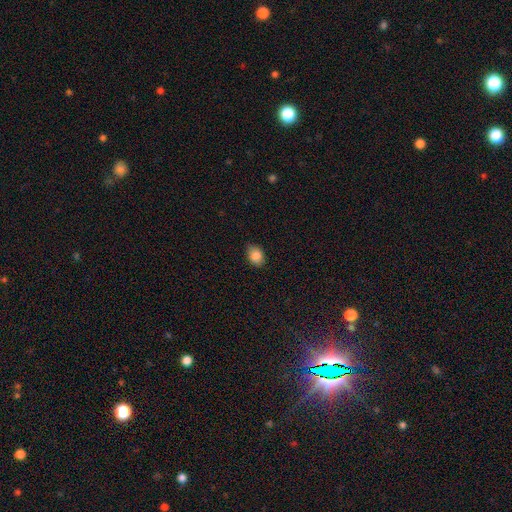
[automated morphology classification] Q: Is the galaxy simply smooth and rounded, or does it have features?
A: smooth — 85%.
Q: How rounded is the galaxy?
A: in between — 64%.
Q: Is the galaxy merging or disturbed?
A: none — 73%.